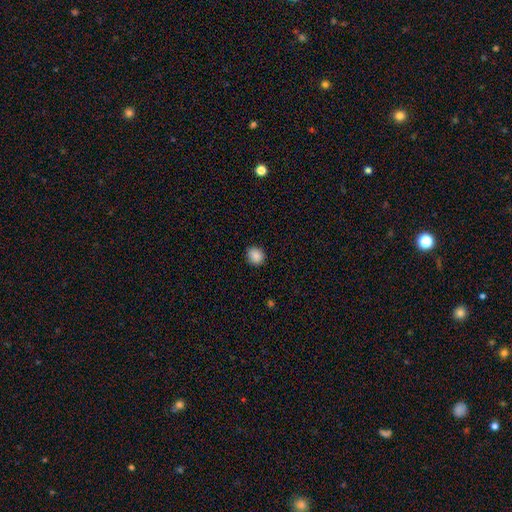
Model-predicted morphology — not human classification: Smooth or featured?
  - smooth: 89% *
  - star or artifact: 9%
  - featured or disk: 3%
How rounded?
  - round: 77% *
  - in between: 22%
  - cigar-shaped: 1%
Merging?
  - none: 89% *
  - minor disturbance: 8%
  - major disturbance: 2%
  - merger: 1%